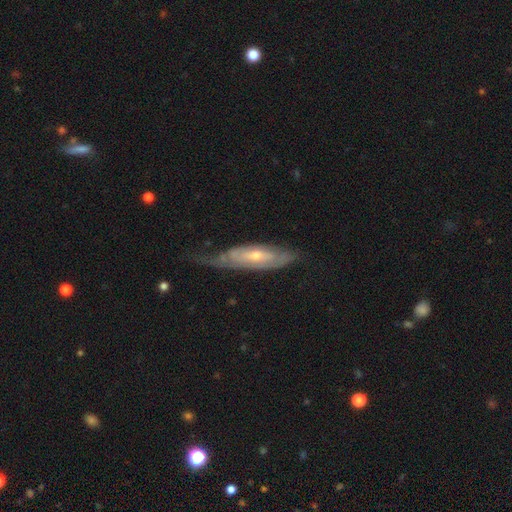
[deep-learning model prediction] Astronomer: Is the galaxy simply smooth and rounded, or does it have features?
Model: featured or disk — 73%.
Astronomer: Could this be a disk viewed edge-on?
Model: no — 70%.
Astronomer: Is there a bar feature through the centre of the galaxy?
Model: no — 51% (runner-up: weak, 37%).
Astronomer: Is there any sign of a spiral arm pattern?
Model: yes — 81%.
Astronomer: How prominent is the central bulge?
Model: moderate — 49% (runner-up: small, 46%).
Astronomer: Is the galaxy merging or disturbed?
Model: none — 45% (runner-up: minor disturbance, 32%).